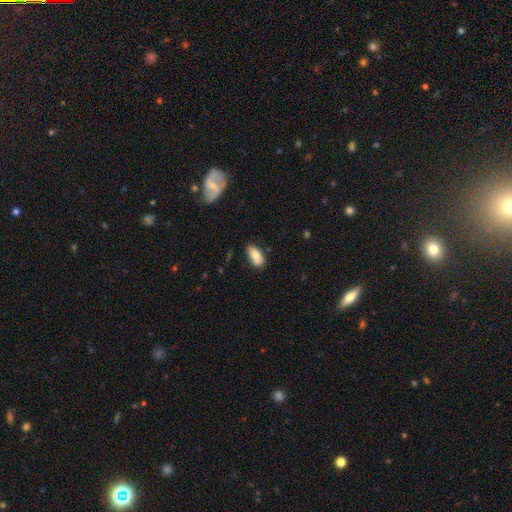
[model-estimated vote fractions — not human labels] Smooth or featured? Predicted: smooth (p=0.79). How rounded? Predicted: in between (p=0.91). Merging? Predicted: none (p=0.72).